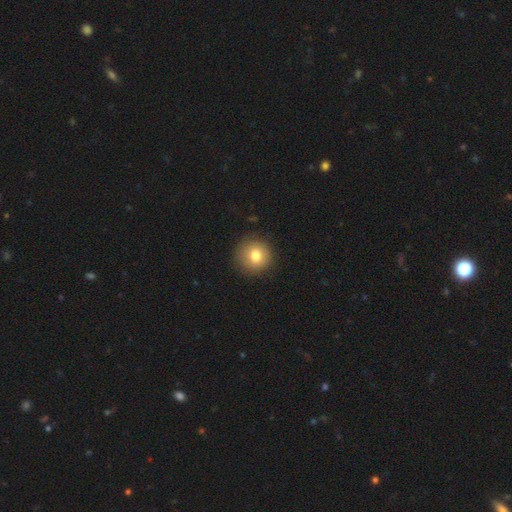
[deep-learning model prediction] smooth-or-featured: smooth: 77% | featured or disk: 13% | star or artifact: 10%
  how-rounded: round: 93% | in between: 6% | cigar-shaped: 1%
  merging: none: 88% | minor disturbance: 8% | major disturbance: 3% | merger: 1%